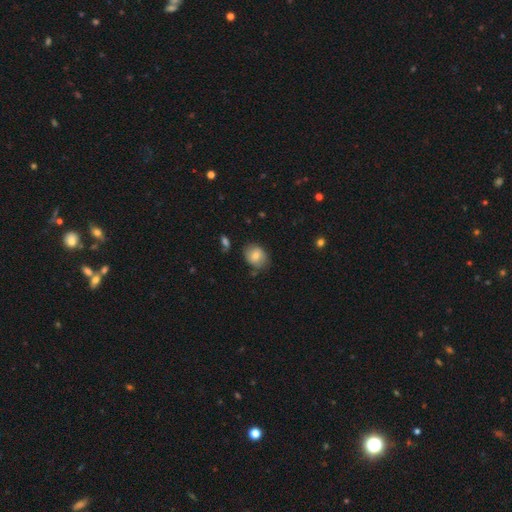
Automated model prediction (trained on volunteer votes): smooth 69%, featured or disk 22%, star or artifact 9%. Down the decision tree: how rounded — round (55%); merging — none (70%).